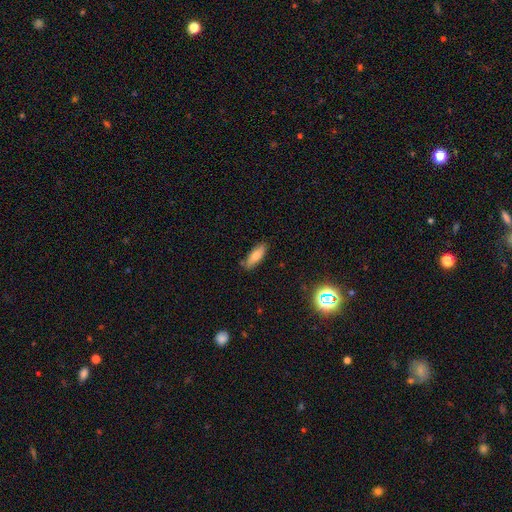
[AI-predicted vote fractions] Smooth or featured? Predicted: smooth (p=0.78). How rounded? Predicted: in between (p=0.55). Merging? Predicted: none (p=0.82).